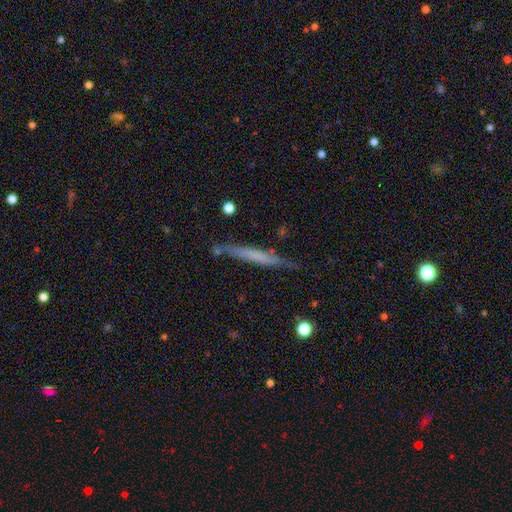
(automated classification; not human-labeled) A smooth galaxy with no disk features (47%).

Vote fractions:
- Smooth or featured? smooth: 47% / featured or disk: 46% / star or artifact: 7%
- Merging? none: 77% / minor disturbance: 16% / major disturbance: 3% / merger: 3%